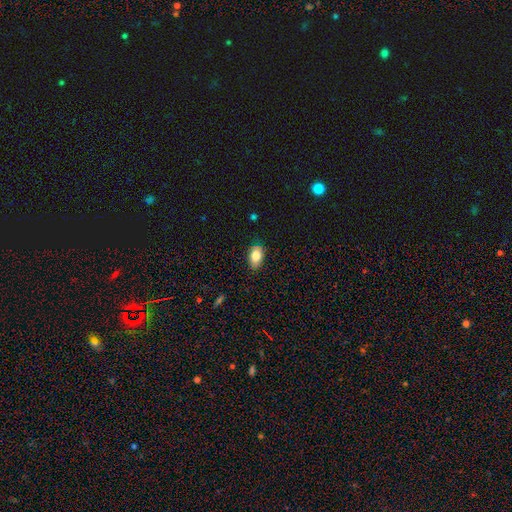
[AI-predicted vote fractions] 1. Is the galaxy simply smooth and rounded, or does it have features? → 82% smooth, 10% featured or disk, 8% star or artifact.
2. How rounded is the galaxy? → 89% in between, 9% round, 2% cigar-shaped.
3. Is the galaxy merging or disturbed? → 82% none, 15% minor disturbance, 3% major disturbance, 1% merger.